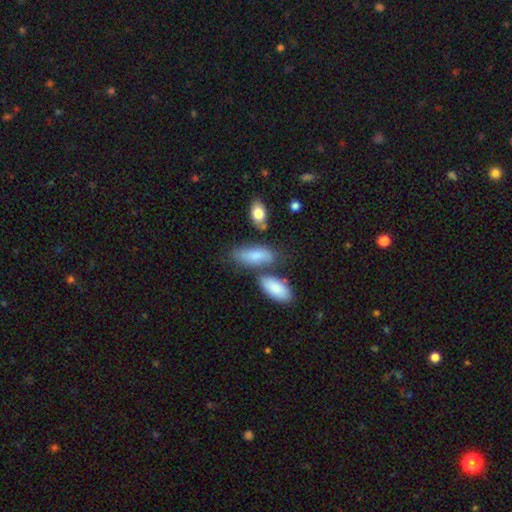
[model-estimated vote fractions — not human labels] Morphology: type=smooth (78%); roundness=in between (82%); merging=none (53%).